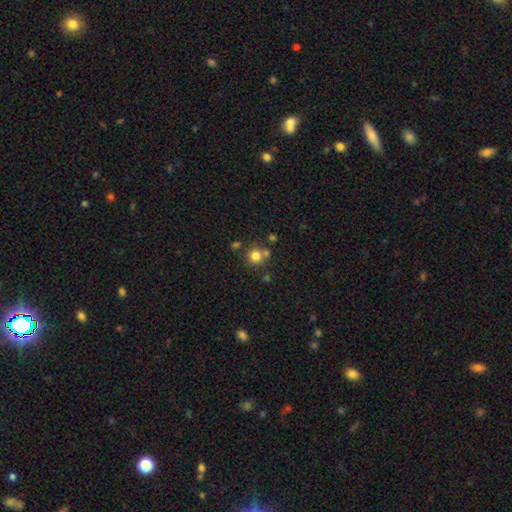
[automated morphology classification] Smooth or featured? smooth (78%)
How rounded? round (91%)
Merging? none (68%)